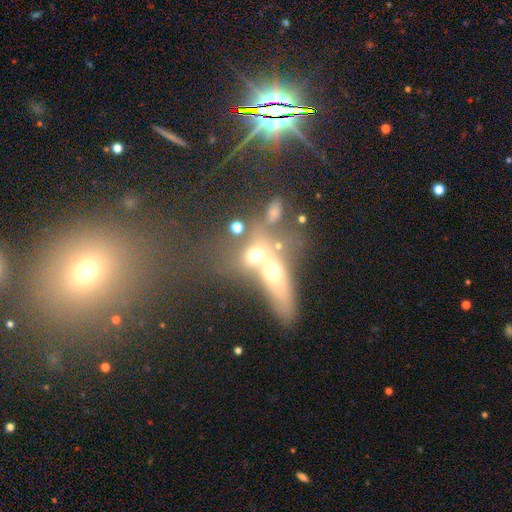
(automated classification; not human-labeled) smooth_or_featured: smooth (p=0.58) [alt: featured or disk p=0.25]
how_rounded: round (p=0.46) [alt: in between p=0.42]
merging: merger (p=0.65) [alt: none p=0.20]